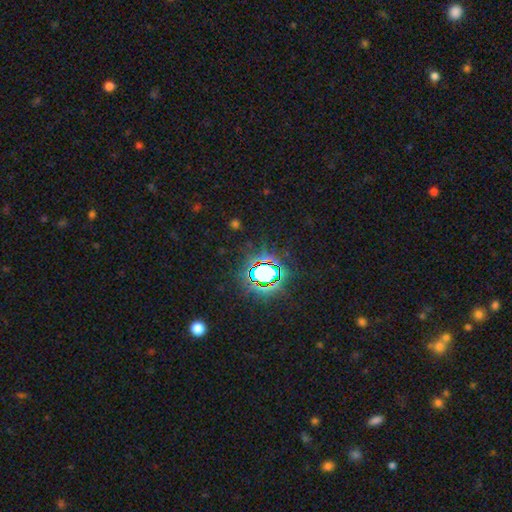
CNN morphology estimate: A star or artifact, not a galaxy (82%).